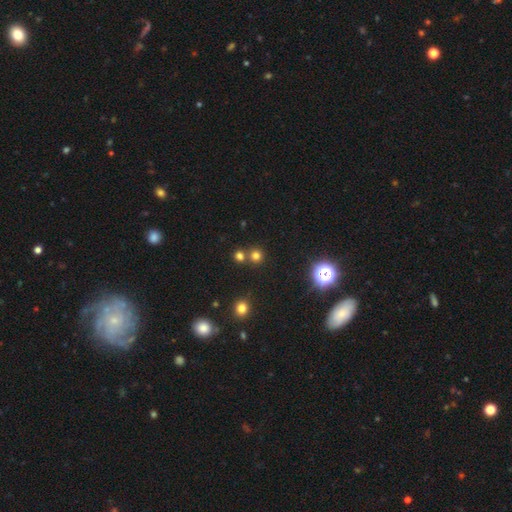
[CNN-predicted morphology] Smooth or featured: smooth — 70% (star or artifact — 23%)
How rounded: round — 92% (in between — 7%)
Merging: none — 69% (merger — 22%)